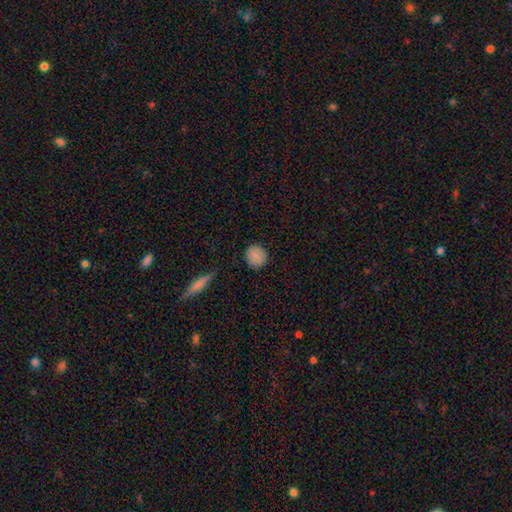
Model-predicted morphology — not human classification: smooth 84%, star or artifact 9%, featured or disk 7%. Down the decision tree: how rounded — round (86%); merging — none (86%).